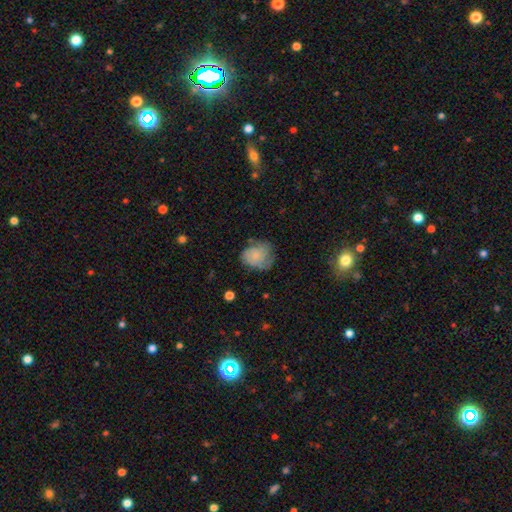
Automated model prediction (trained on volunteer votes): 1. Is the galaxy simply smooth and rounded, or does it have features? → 57% smooth, 34% featured or disk, 9% star or artifact.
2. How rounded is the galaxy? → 56% round, 42% in between, 1% cigar-shaped.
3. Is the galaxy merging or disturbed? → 48% none, 33% minor disturbance, 17% major disturbance, 2% merger.